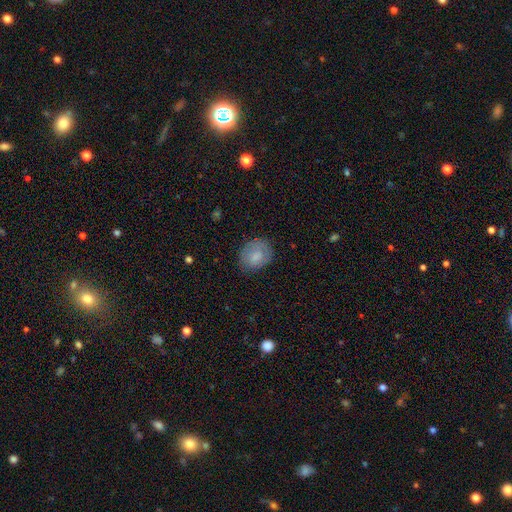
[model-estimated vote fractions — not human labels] Smooth or featured? smooth (73%)
How rounded? round (54%)
Merging? none (74%)